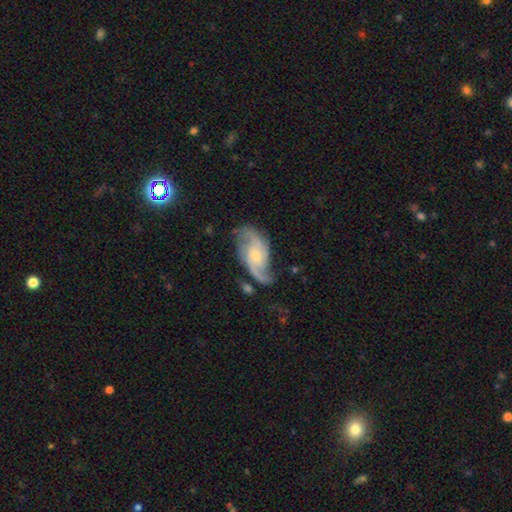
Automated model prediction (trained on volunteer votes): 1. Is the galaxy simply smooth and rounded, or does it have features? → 86% featured or disk, 9% smooth, 5% star or artifact.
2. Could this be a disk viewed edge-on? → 96% no, 4% yes.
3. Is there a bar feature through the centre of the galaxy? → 59% no, 34% weak, 7% strong.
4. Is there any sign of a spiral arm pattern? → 97% yes, 3% no.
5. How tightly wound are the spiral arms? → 46% medium, 37% loose, 17% tight.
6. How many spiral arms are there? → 75% 2, 12% 3, 6% can't tell, 3% 1, 2% 4, 2% more than 4.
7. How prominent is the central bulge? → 53% small, 40% moderate, 3% none, 3% large, 1% dominant.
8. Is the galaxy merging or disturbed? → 65% none, 21% minor disturbance, 11% major disturbance, 3% merger.